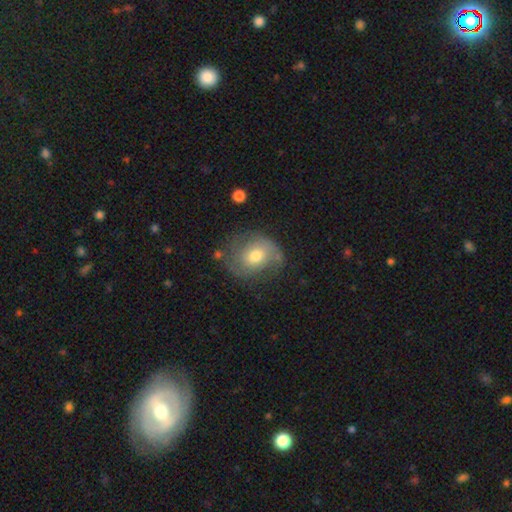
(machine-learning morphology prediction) The model was most divided on "smooth or featured": featured or disk: 49%, smooth: 43%, star or artifact: 8%. More confident: merging — none (61%).